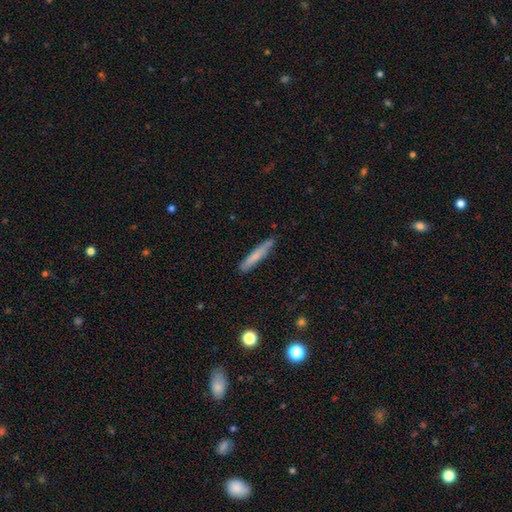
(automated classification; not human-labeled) A smooth galaxy with no disk features (72%) that is cigar-shaped (94%).

Vote fractions:
- Smooth or featured? smooth: 72% / featured or disk: 22% / star or artifact: 6%
- How rounded? cigar-shaped: 94% / in between: 5% / round: 1%
- Merging? none: 84% / minor disturbance: 12% / major disturbance: 2% / merger: 2%